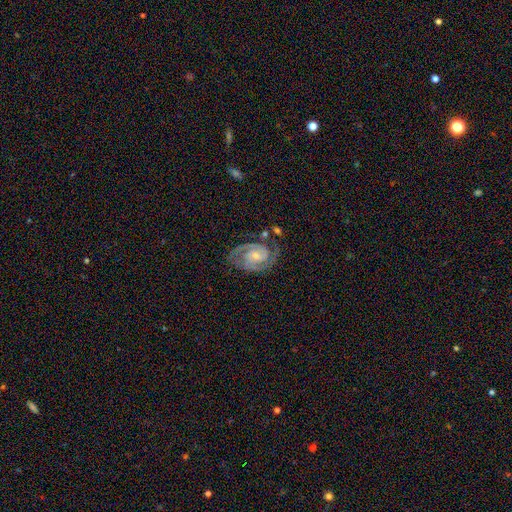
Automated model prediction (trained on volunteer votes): A featured or disk galaxy (90%) with no bar (52%), 2 (87%) tight (55%) spiral arms (98%) and a small central bulge (64%). Merging: none (74%).